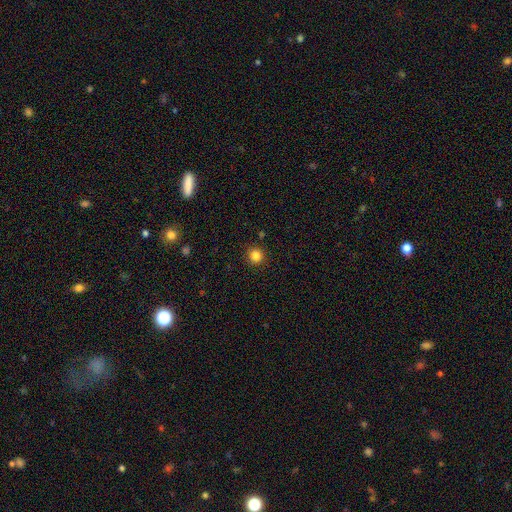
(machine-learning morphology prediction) smooth 84%, star or artifact 12%, featured or disk 4%. Down the decision tree: how rounded — round (94%); merging — none (91%).